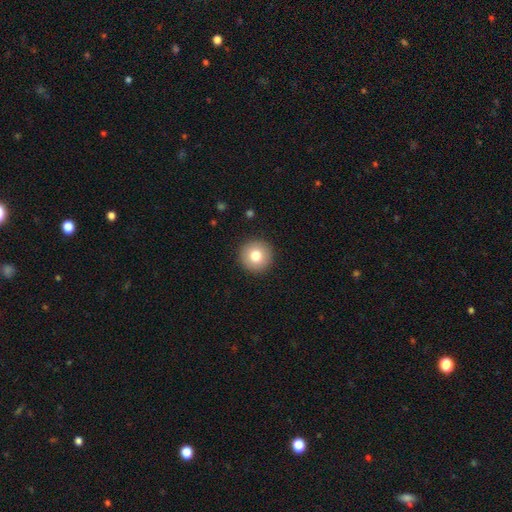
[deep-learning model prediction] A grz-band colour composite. It shows a smooth galaxy with no disk features (79%) that is round (96%). Merging: none (93%).